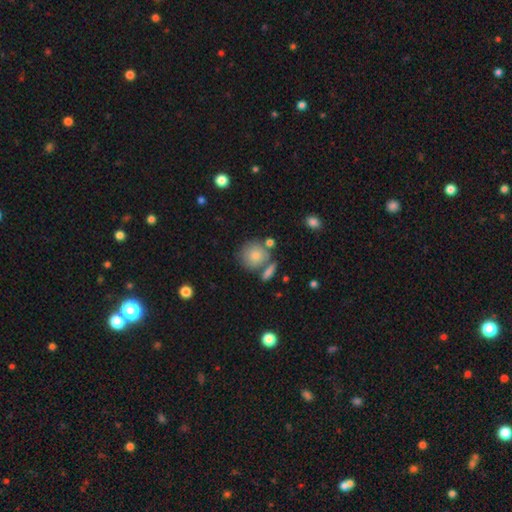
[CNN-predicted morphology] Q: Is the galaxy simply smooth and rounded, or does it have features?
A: smooth — 77%.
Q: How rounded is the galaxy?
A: round — 85%.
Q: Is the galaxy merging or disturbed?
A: none — 60%.